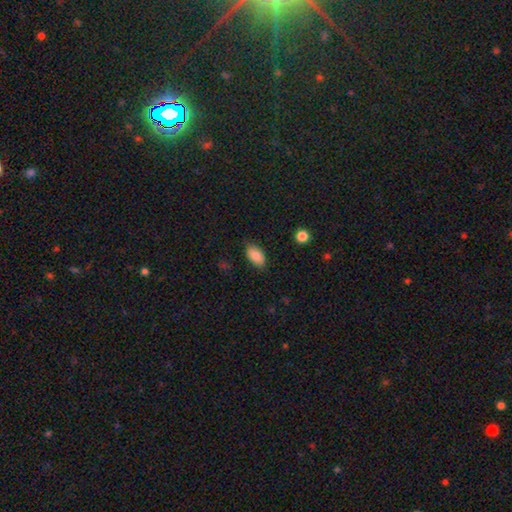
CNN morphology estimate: A smooth galaxy with no disk features (85%) that is in between round and cigar-shaped (93%). Merging: none (83%).